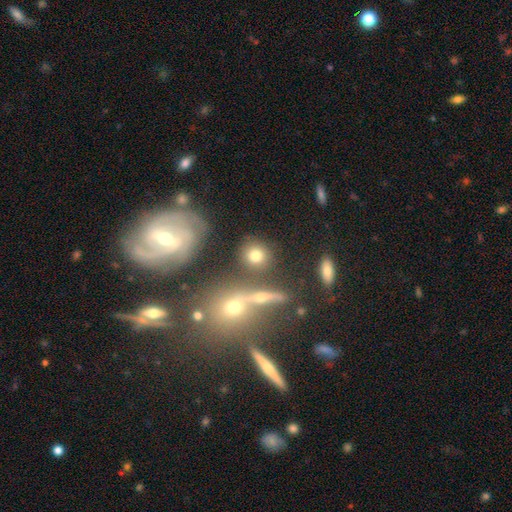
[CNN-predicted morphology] This is likely a smooth galaxy (74%). How rounded: clearly round (85%). Merging: likely none (76%).